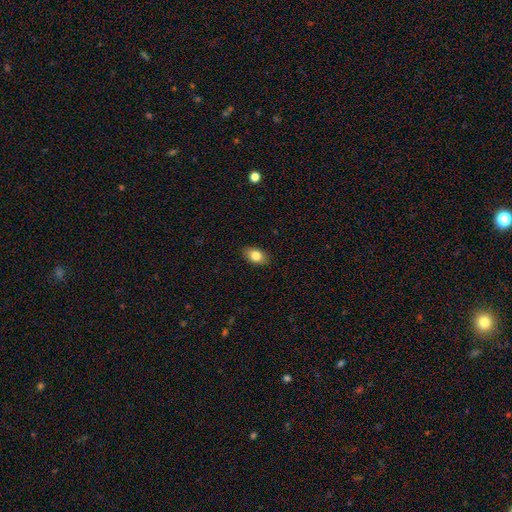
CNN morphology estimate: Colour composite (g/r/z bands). It shows a smooth galaxy with no disk features (82%) that is in between round and cigar-shaped (83%). Merging: none (87%).